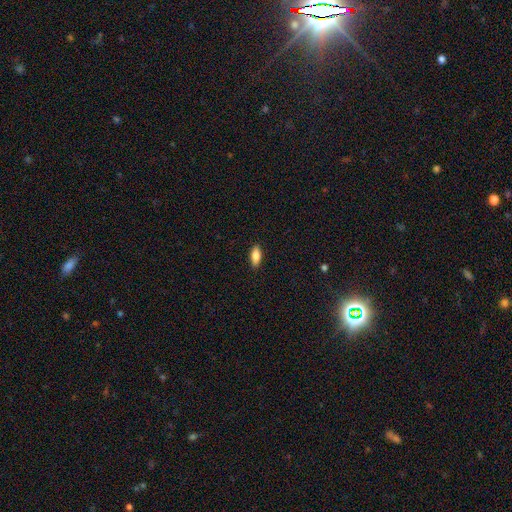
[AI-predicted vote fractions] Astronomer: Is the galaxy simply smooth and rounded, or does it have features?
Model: smooth — 84%.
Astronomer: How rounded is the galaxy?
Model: in between — 82%.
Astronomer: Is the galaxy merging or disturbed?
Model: none — 89%.